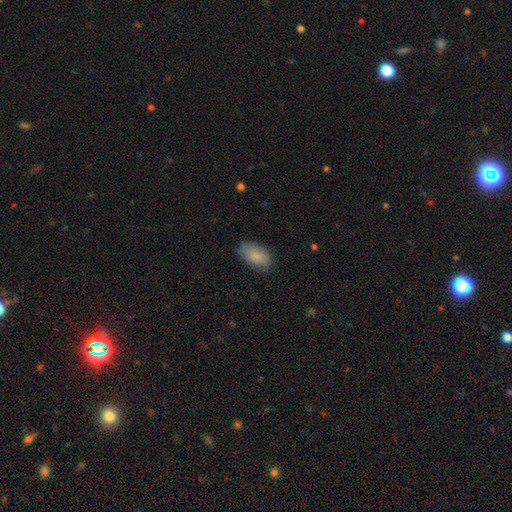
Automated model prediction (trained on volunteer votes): This appears to be a smooth galaxy with no disk features (82%) that is in between round and cigar-shaped (93%). Merging: none (74%).